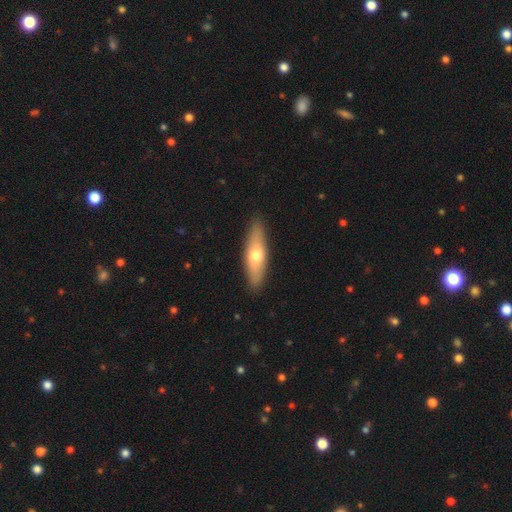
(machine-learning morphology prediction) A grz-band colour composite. It shows a smooth galaxy with no disk features (57%) that is cigar-shaped (56%). Merging: none (88%).